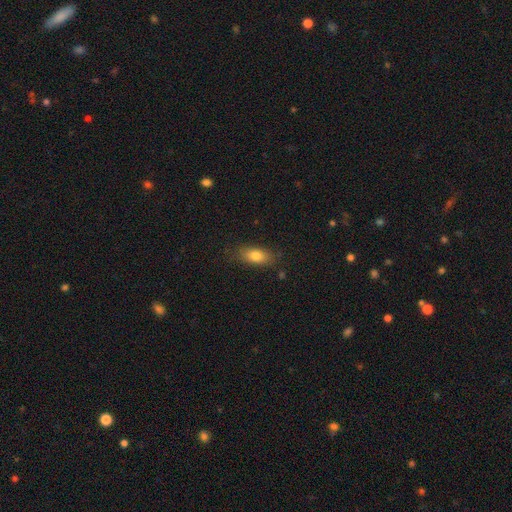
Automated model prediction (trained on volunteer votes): Overall: smooth (81%). How rounded: in between (84%). Merging: none (81%).